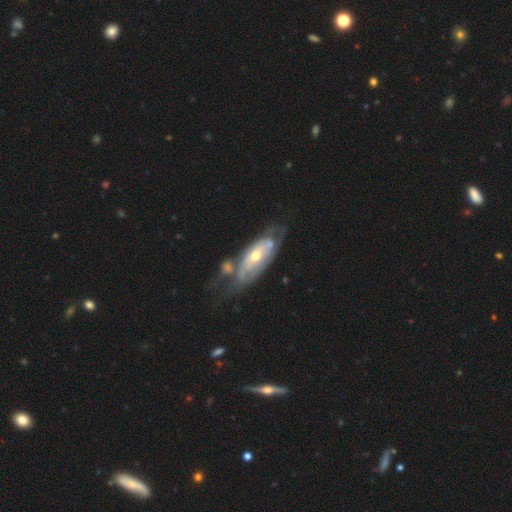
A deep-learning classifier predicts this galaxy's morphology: Q: Smooth or featured?
A: featured or disk (72%); runner-up: smooth (23%)
Q: Edge-on disk?
A: no (87%); runner-up: yes (13%)
Q: Bar?
A: no (76%); runner-up: weak (18%)
Q: Spiral arms?
A: yes (62%); runner-up: no (38%)
Q: Bulge size?
A: moderate (56%); runner-up: small (39%)
Q: Merging?
A: none (39%); runner-up: minor disturbance (23%)